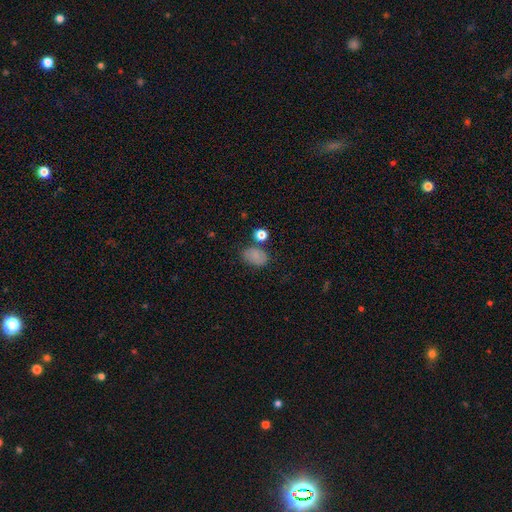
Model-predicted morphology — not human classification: A smooth galaxy with no disk features (80%) that is in between round and cigar-shaped (80%). Merging: none (65%).